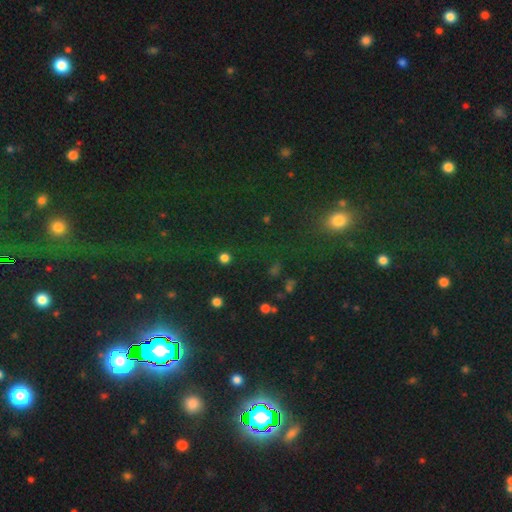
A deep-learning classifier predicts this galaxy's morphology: Smooth or featured: star or artifact — 61% (smooth — 32%)